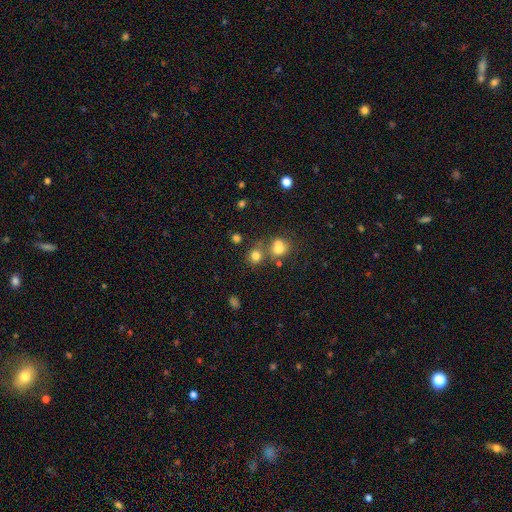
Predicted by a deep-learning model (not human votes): A smooth galaxy with no disk features (75%) that is round (81%). Merging: none (58%).